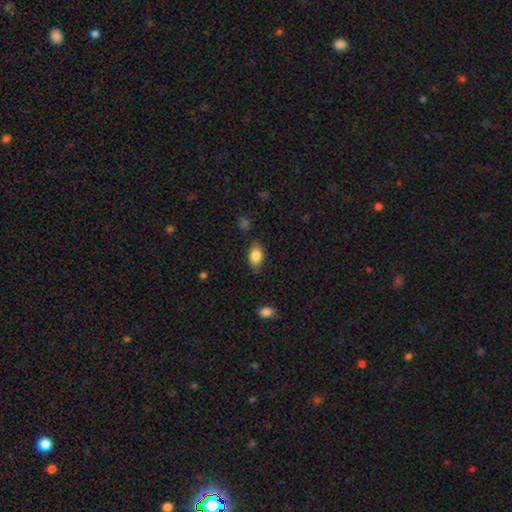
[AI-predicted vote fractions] smooth-or-featured: smooth: 84% | featured or disk: 9% | star or artifact: 8%
  how-rounded: in between: 87% | round: 11% | cigar-shaped: 2%
  merging: none: 79% | minor disturbance: 16% | major disturbance: 3% | merger: 2%